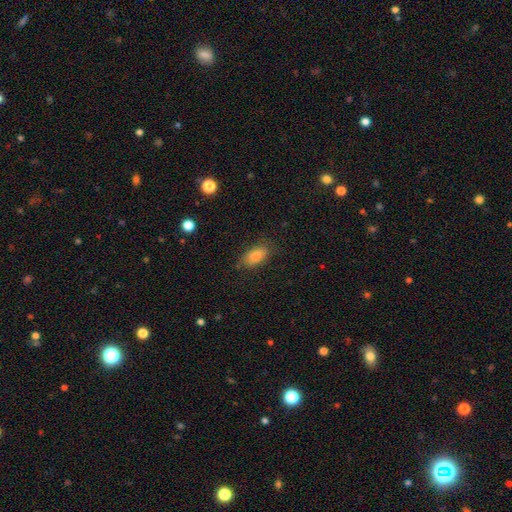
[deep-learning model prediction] Q: Smooth or featured?
A: smooth (85%); runner-up: star or artifact (9%)
Q: How rounded?
A: in between (90%); runner-up: round (5%)
Q: Merging?
A: none (73%); runner-up: minor disturbance (19%)